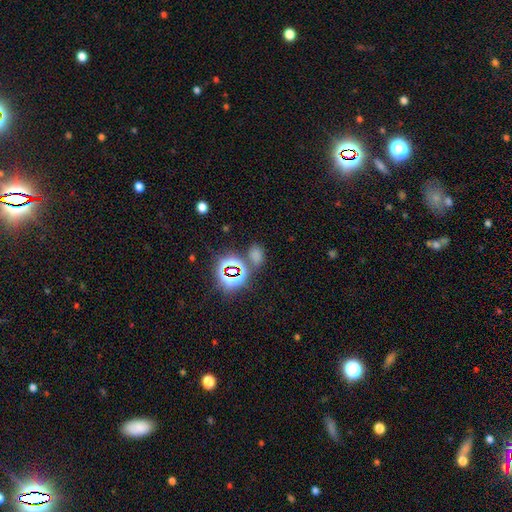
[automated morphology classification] smooth-or-featured: smooth: 50% | star or artifact: 44% | featured or disk: 6%
  how-rounded: in between: 72% | round: 25% | cigar-shaped: 2%
  merging: none: 70% | minor disturbance: 13% | merger: 11% | major disturbance: 6%